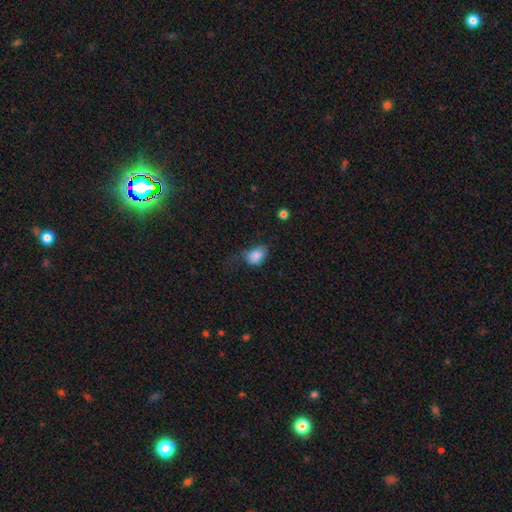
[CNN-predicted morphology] Q: Smooth or featured?
A: smooth (83%); runner-up: star or artifact (9%)
Q: How rounded?
A: in between (76%); runner-up: round (22%)
Q: Merging?
A: none (36%); runner-up: minor disturbance (34%)